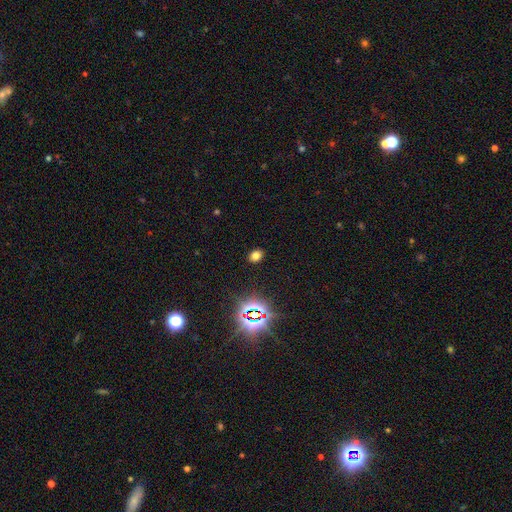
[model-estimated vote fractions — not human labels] The model was most divided on "how rounded": in between: 71%, round: 28%, cigar-shaped: 1%. More confident: merging — none (88%); smooth or featured — smooth (68%).